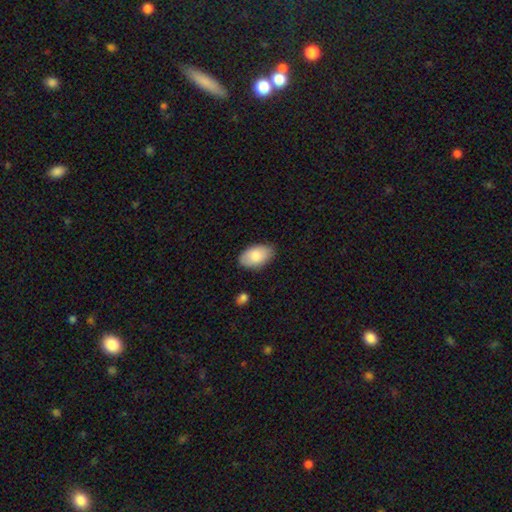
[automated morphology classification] A smooth galaxy with no disk features (84%) that is in between round and cigar-shaped (94%).

Vote fractions:
- Smooth or featured? smooth: 84% / featured or disk: 10% / star or artifact: 6%
- How rounded? in between: 94% / round: 5% / cigar-shaped: 1%
- Merging? none: 83% / minor disturbance: 14% / major disturbance: 2% / merger: 1%